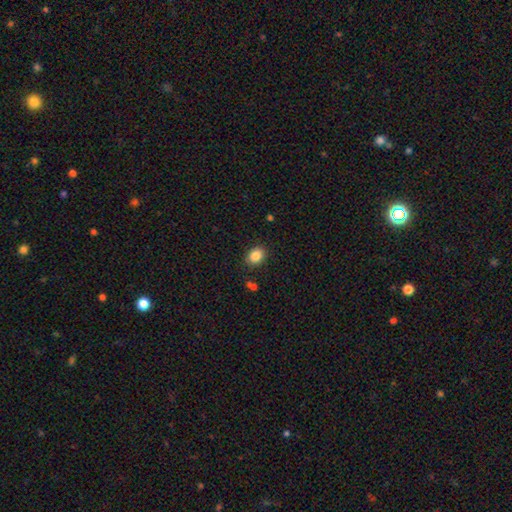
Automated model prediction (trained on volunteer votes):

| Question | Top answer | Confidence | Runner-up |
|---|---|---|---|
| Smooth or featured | smooth | 86% | star or artifact (9%) |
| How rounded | in between | 63% | round (36%) |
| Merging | none | 85% | minor disturbance (10%) |